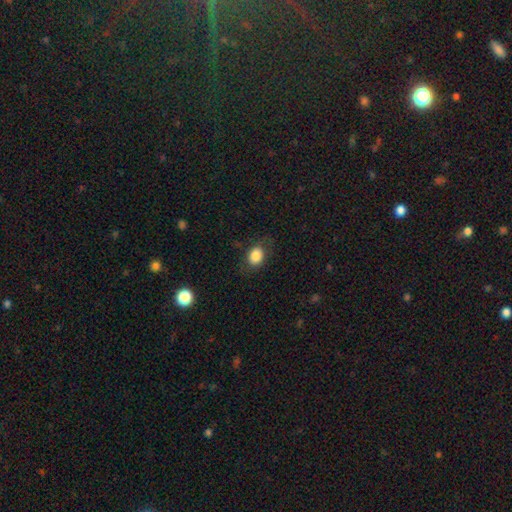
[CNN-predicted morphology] Smooth or featured? smooth (84%)
How rounded? in between (64%)
Merging? none (78%)